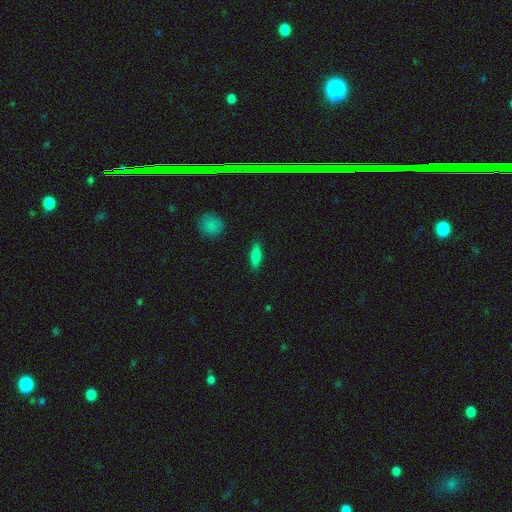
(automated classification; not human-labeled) This is clearly a smooth galaxy (80%). How rounded: possibly cigar-shaped (58%). Merging: clearly none (87%).